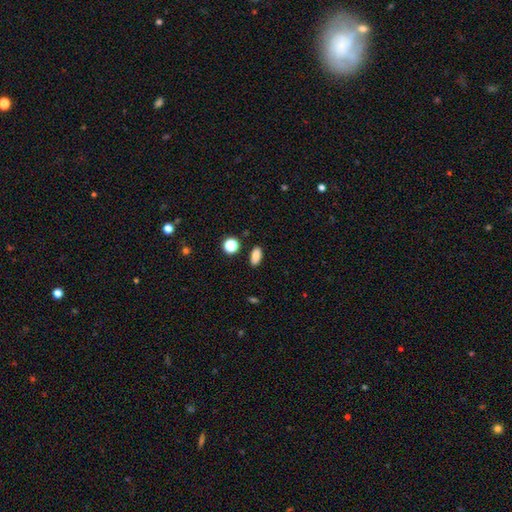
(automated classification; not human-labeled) A smooth galaxy with no disk features (83%) that is in between round and cigar-shaped (86%).

Vote fractions:
- Smooth or featured? smooth: 83% / star or artifact: 11% / featured or disk: 5%
- How rounded? in between: 86% / round: 9% / cigar-shaped: 5%
- Merging? none: 86% / minor disturbance: 9% / merger: 3% / major disturbance: 2%